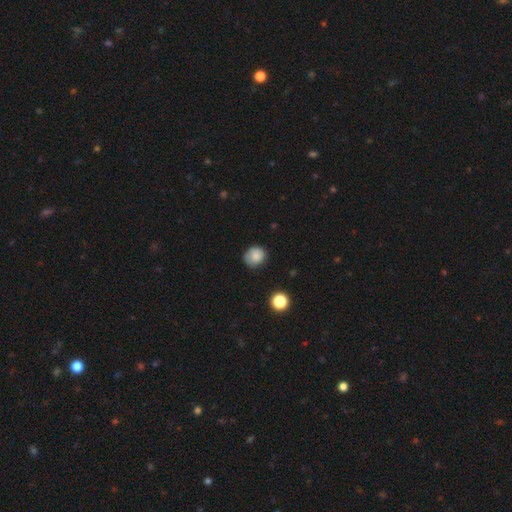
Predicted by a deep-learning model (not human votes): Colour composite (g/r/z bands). It shows a smooth galaxy with no disk features (84%) that is round (73%). Merging: none (74%).